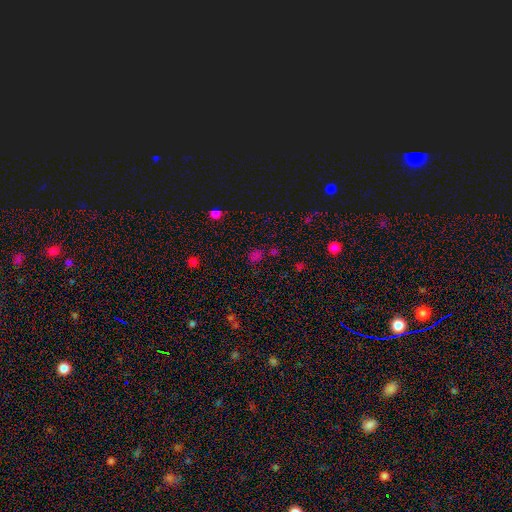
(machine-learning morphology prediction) A smooth galaxy with no disk features (54%) that is round (51%). Merging: none (68%).